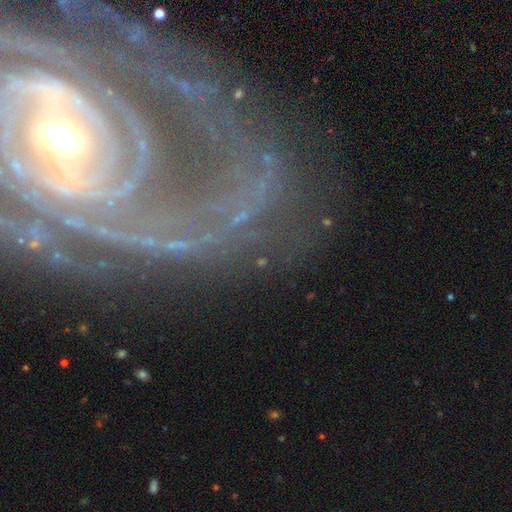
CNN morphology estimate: Smooth or featured? featured or disk (86%)
Edge-on disk? no (94%)
Bar? no (45%)
Spiral arms? yes (88%)
Spiral winding? tight (73%)
Spiral arm count? can't tell (28%)
Bulge size? moderate (59%)
Merging? none (70%)